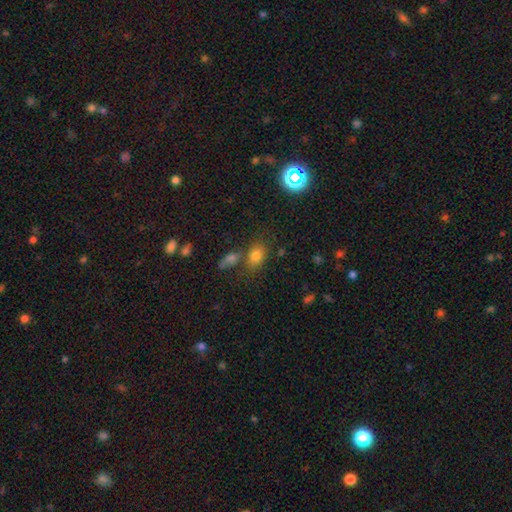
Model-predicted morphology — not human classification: smooth-or-featured: smooth: 75% | star or artifact: 15% | featured or disk: 10%
  how-rounded: in between: 72% | round: 26% | cigar-shaped: 2%
  merging: none: 59% | merger: 22% | minor disturbance: 13% | major disturbance: 6%